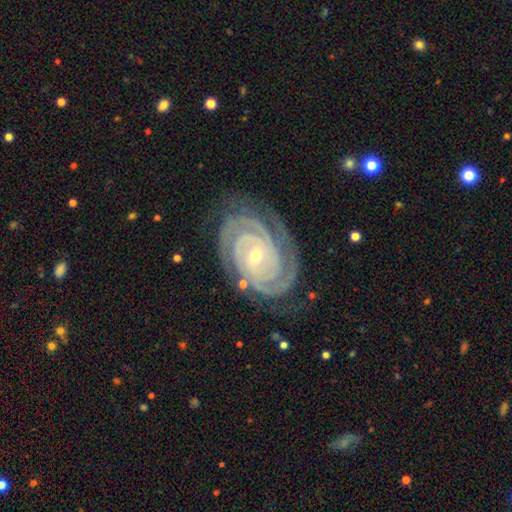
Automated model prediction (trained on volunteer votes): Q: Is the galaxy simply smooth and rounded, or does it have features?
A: featured or disk — 93%.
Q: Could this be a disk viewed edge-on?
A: no — 97%.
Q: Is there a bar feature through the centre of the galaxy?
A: no — 54%.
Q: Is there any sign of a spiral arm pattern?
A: yes — 99%.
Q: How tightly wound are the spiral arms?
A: tight — 87%.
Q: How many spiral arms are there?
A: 2 — 54%.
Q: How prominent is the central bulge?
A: small — 70%.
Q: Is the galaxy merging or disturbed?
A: none — 78%.